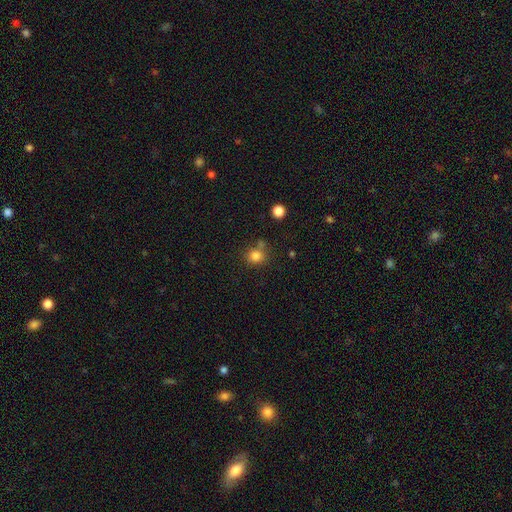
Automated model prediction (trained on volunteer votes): smooth-or-featured: smooth: 81% | star or artifact: 13% | featured or disk: 6%
  how-rounded: round: 85% | in between: 14% | cigar-shaped: 1%
  merging: none: 68% | merger: 16% | minor disturbance: 12% | major disturbance: 4%